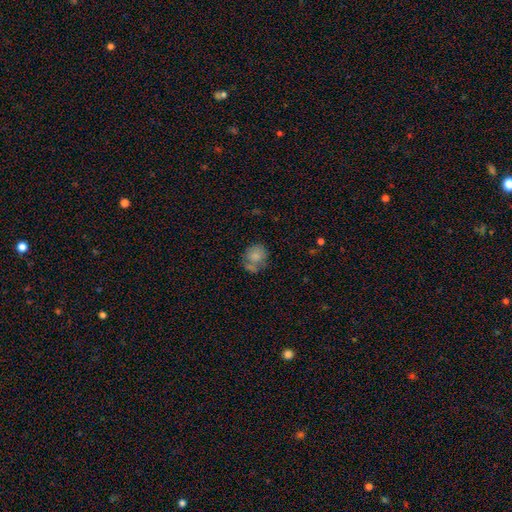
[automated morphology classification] Smooth or featured? smooth (74%)
How rounded? round (73%)
Merging? none (50%)